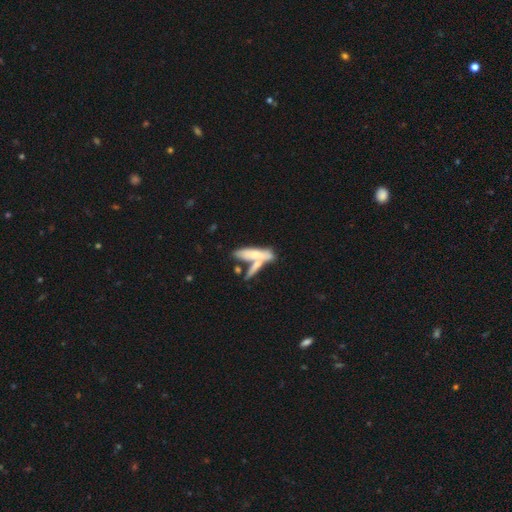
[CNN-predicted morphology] Overall: smooth (60%; featured or disk 33%). How rounded: cigar-shaped (66%; in between 32%). Merging: merger (47%; none 34%).